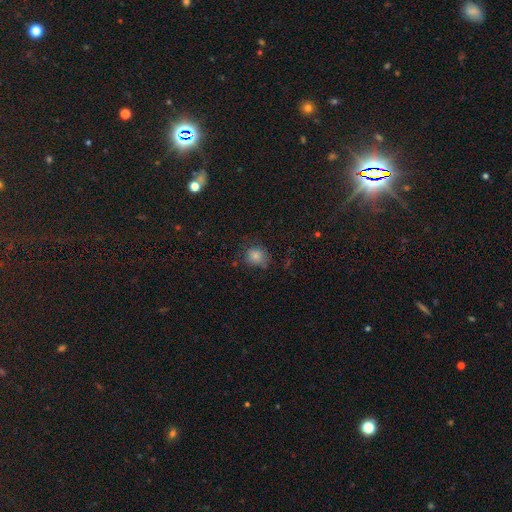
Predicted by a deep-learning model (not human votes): smooth-or-featured: smooth: 78% | star or artifact: 13% | featured or disk: 9%
  how-rounded: round: 74% | in between: 25% | cigar-shaped: 1%
  merging: none: 67% | minor disturbance: 22% | major disturbance: 9% | merger: 2%